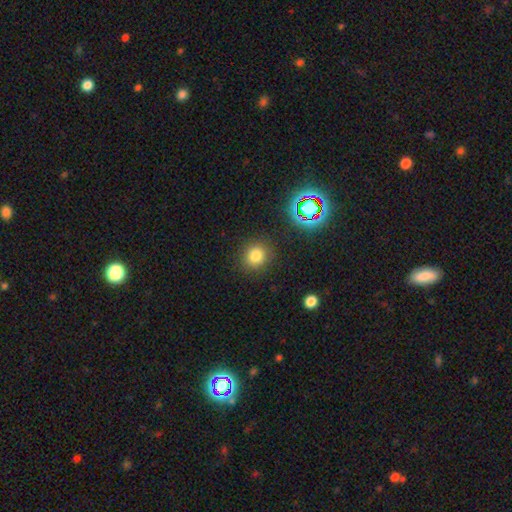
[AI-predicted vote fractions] Overall: smooth (78%). How rounded: round (85%). Merging: none (88%).